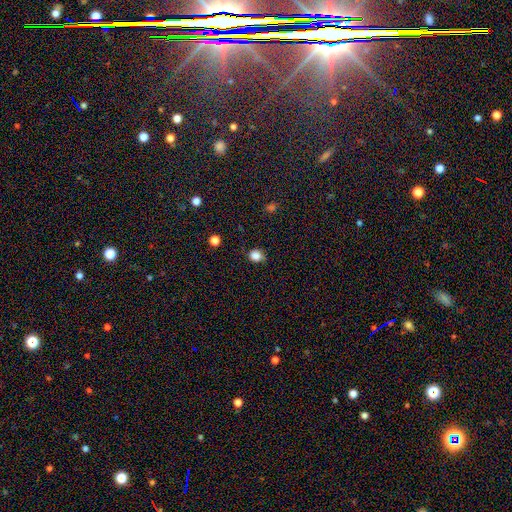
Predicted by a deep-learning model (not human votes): Morphology: type=smooth (84%); roundness=round (70%); merging=none (81%).